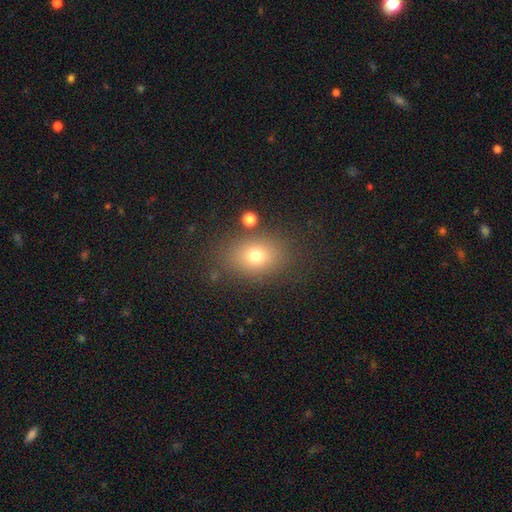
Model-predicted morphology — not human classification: Overall: smooth (73%). How rounded: in between (58%; round 41%). Merging: none (80%).